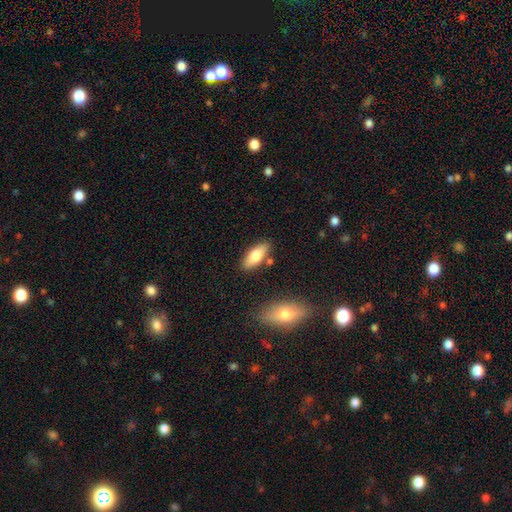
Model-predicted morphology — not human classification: smooth 74%, featured or disk 20%, star or artifact 6%. Down the decision tree: how rounded — in between (78%); merging — none (81%).